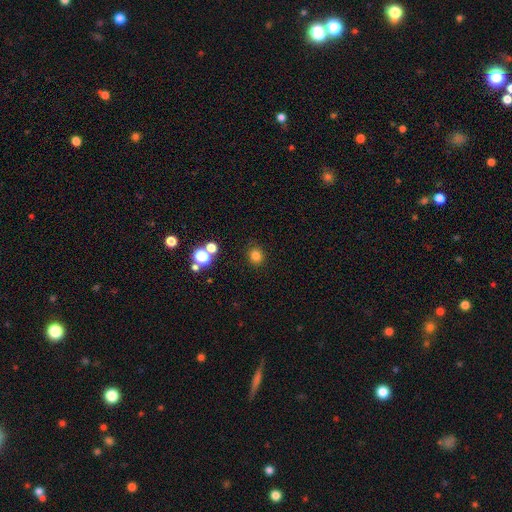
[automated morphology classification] smooth-or-featured: smooth: 79% | star or artifact: 16% | featured or disk: 5%
  how-rounded: round: 85% | in between: 14% | cigar-shaped: 1%
  merging: none: 88% | minor disturbance: 7% | merger: 3% | major disturbance: 3%